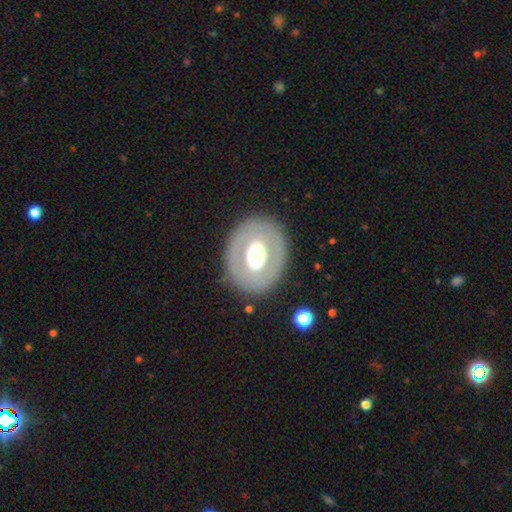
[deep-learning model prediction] smooth_or_featured: featured or disk (p=0.52) [alt: smooth p=0.42]
disk_edge_on: no (p=0.94) [alt: yes p=0.06]
merging: none (p=0.83) [alt: minor disturbance p=0.10]